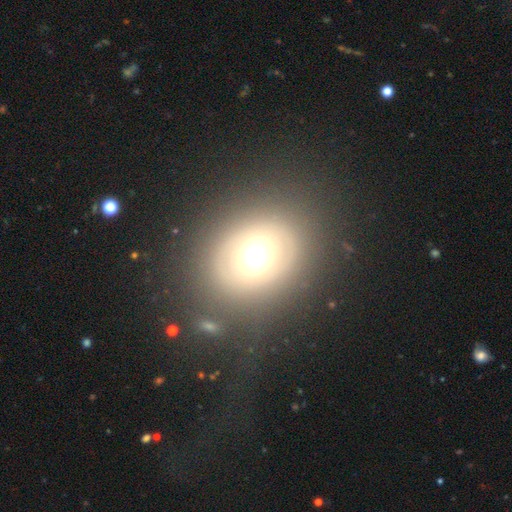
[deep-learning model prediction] smooth_or_featured: featured or disk (p=0.49) [alt: smooth p=0.37]
merging: none (p=0.75) [alt: minor disturbance p=0.13]